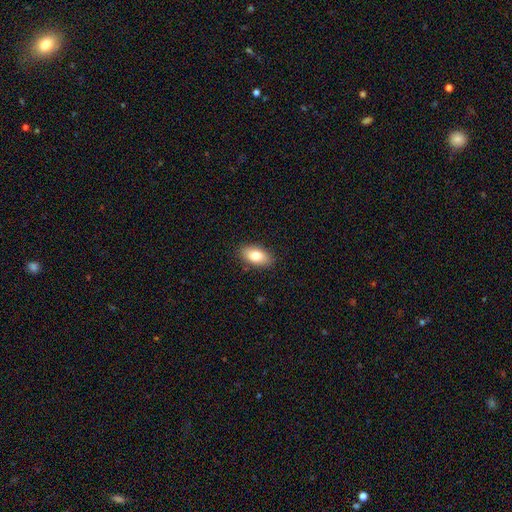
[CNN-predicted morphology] This is likely a smooth galaxy (80%). How rounded: clearly in between (91%). Merging: clearly none (87%).